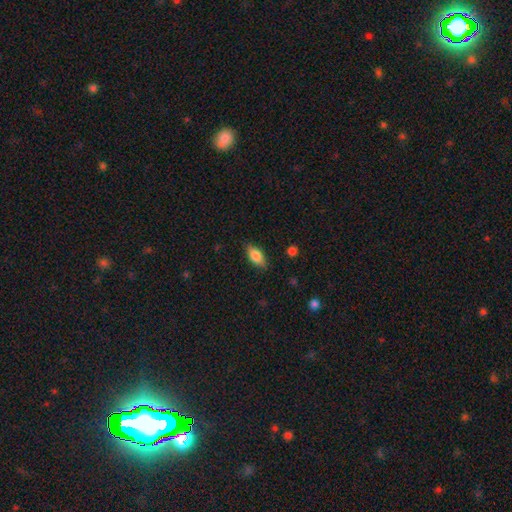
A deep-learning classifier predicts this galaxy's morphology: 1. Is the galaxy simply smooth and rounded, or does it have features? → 81% smooth, 12% featured or disk, 7% star or artifact.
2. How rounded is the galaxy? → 87% in between, 9% cigar-shaped, 4% round.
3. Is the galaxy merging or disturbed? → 84% none, 12% minor disturbance, 3% major disturbance, 1% merger.